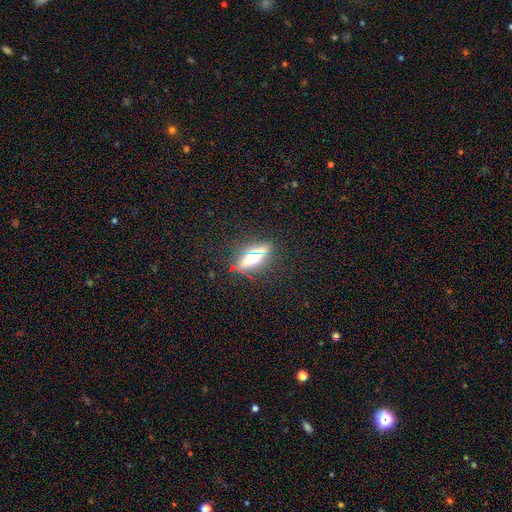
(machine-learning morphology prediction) smooth_or_featured: featured or disk (p=0.66) [alt: smooth p=0.27]
disk_edge_on: yes (p=0.92) [alt: no p=0.08]
edge_on_bulge: rounded (p=0.95) [alt: boxy p=0.03]
merging: none (p=0.83) [alt: minor disturbance p=0.12]